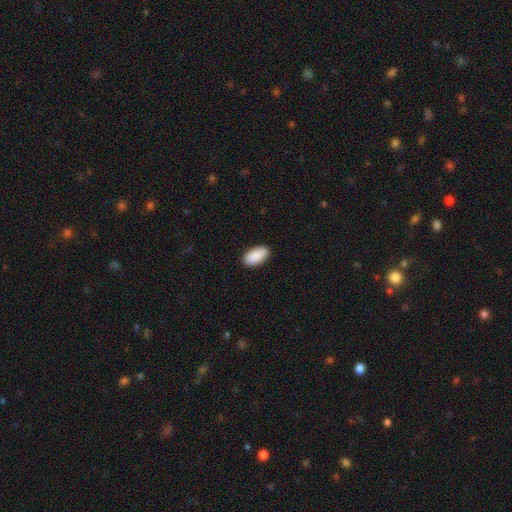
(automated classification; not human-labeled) The model was most divided on "merging": none: 91%, minor disturbance: 7%, major disturbance: 2%, merger: 1%. More confident: how rounded — in between (96%); smooth or featured — smooth (92%).